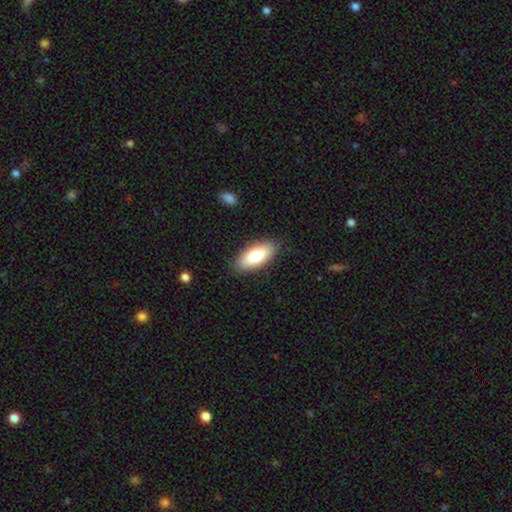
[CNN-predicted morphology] A smooth galaxy with no disk features (80%) that is in between round and cigar-shaped (83%). Merging: none (87%).